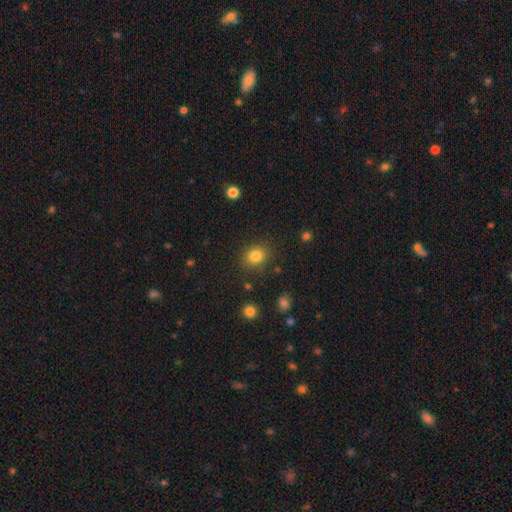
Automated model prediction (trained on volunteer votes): Smooth or featured? Predicted: smooth (p=0.83). How rounded? Predicted: round (p=0.71). Merging? Predicted: none (p=0.86).